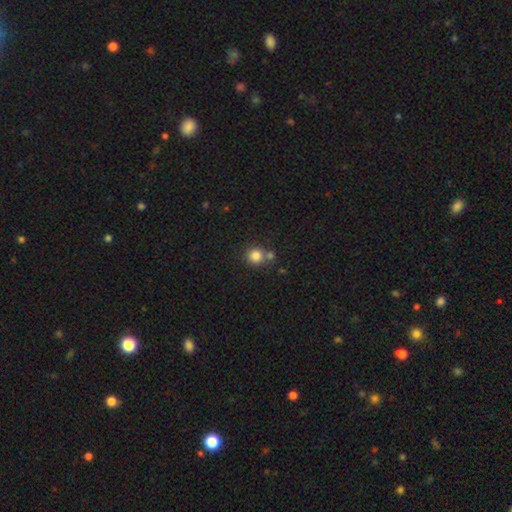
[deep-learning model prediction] Smooth or featured?
  - smooth: 83% *
  - star or artifact: 11%
  - featured or disk: 6%
How rounded?
  - round: 91% *
  - in between: 8%
  - cigar-shaped: 1%
Merging?
  - none: 63% *
  - merger: 24%
  - minor disturbance: 9%
  - major disturbance: 3%